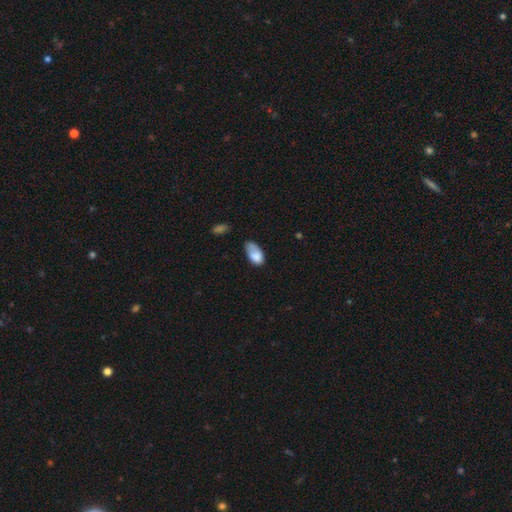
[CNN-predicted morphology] Smooth or featured? smooth (76%)
How rounded? in between (92%)
Merging? minor disturbance (38%)